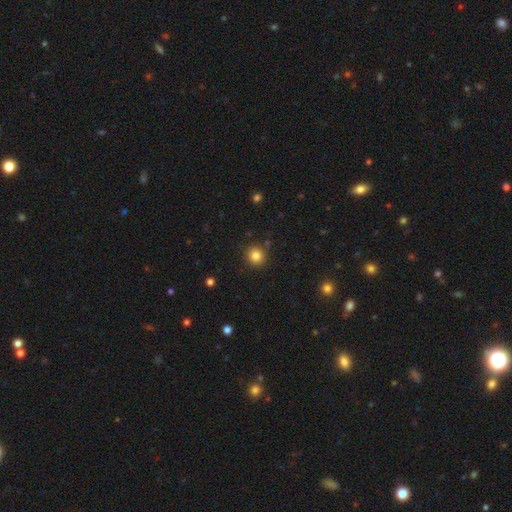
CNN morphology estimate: Q: Smooth or featured?
A: smooth (84%); runner-up: star or artifact (12%)
Q: How rounded?
A: round (91%); runner-up: in between (8%)
Q: Merging?
A: none (88%); runner-up: minor disturbance (7%)